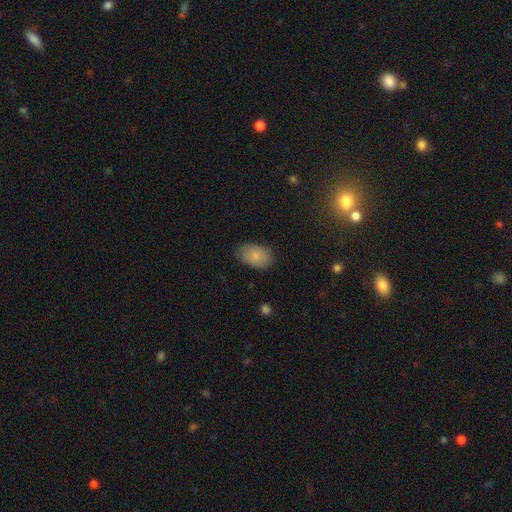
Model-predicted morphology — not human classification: A smooth galaxy with no disk features (80%) that is in between round and cigar-shaped (91%).

Vote fractions:
- Smooth or featured? smooth: 80% / featured or disk: 13% / star or artifact: 7%
- How rounded? in between: 91% / round: 8% / cigar-shaped: 1%
- Merging? none: 82% / minor disturbance: 14% / major disturbance: 3% / merger: 1%